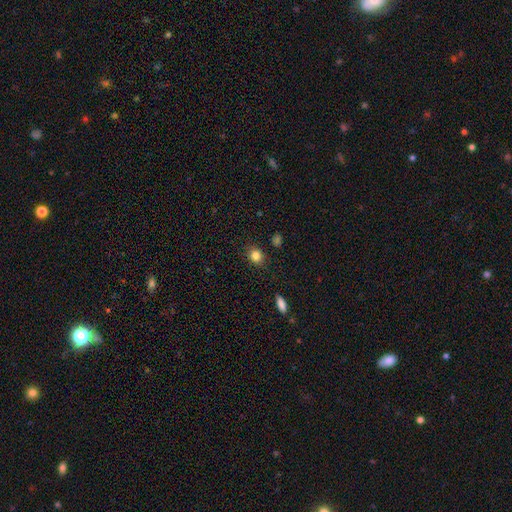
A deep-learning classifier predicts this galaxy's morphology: A smooth galaxy with no disk features (84%) that is round (65%).

Vote fractions:
- Smooth or featured? smooth: 84% / star or artifact: 11% / featured or disk: 6%
- How rounded? round: 65% / in between: 34% / cigar-shaped: 1%
- Merging? none: 87% / minor disturbance: 9% / major disturbance: 2% / merger: 2%